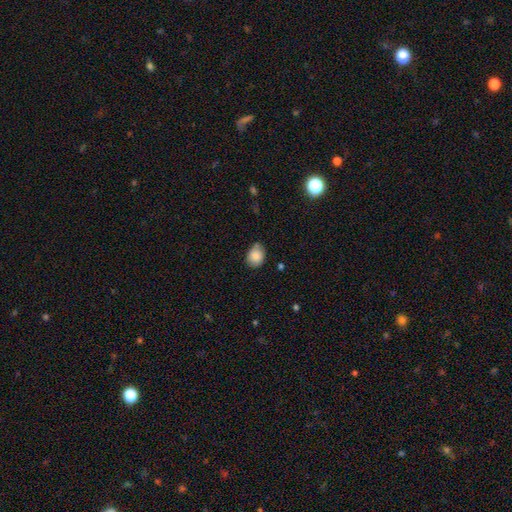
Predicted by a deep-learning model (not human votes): The model was most divided on "how rounded": in between: 54%, round: 45%, cigar-shaped: 1%. More confident: smooth or featured — smooth (85%); merging — none (69%).